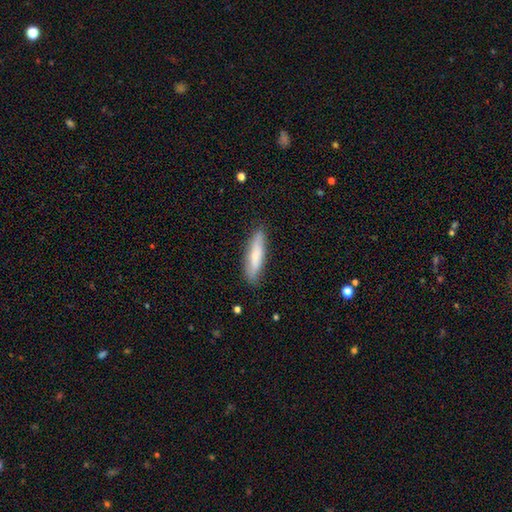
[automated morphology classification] Smooth or featured? Predicted: smooth (p=0.69). How rounded? Predicted: cigar-shaped (p=0.79). Merging? Predicted: none (p=0.85).